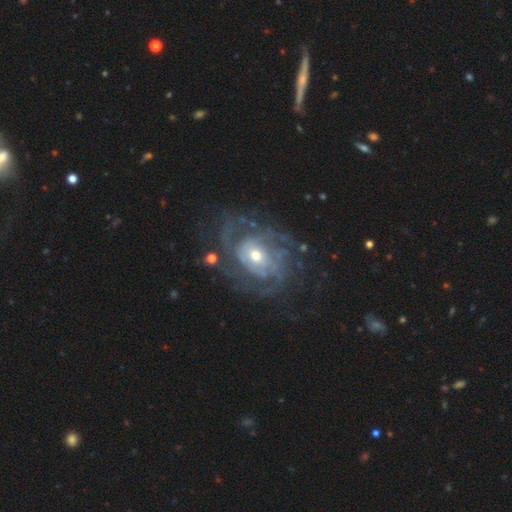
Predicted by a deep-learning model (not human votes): Smooth or featured? featured or disk (88%)
Edge-on disk? no (97%)
Bar? no (71%)
Spiral arms? yes (94%)
Spiral winding? tight (60%)
Spiral arm count? can't tell (34%)
Bulge size? moderate (54%)
Merging? none (66%)